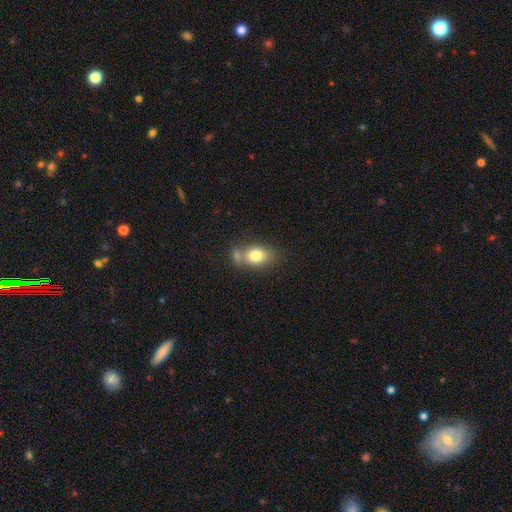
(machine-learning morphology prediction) Overall: smooth (78%). How rounded: in between (72%). Merging: none (45%; merger 32%).